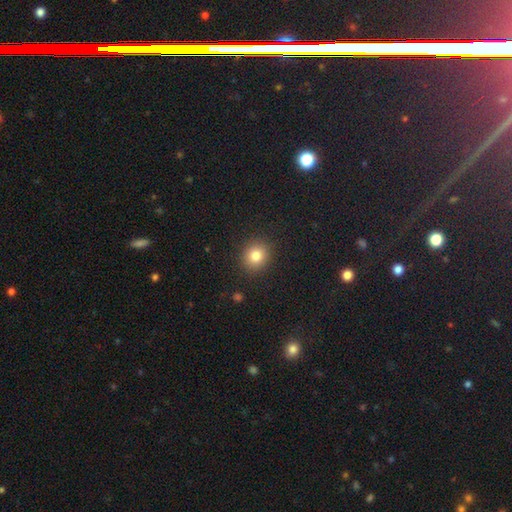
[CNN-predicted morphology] Smooth or featured? Predicted: smooth (p=0.81). How rounded? Predicted: round (p=0.80). Merging? Predicted: none (p=0.90).